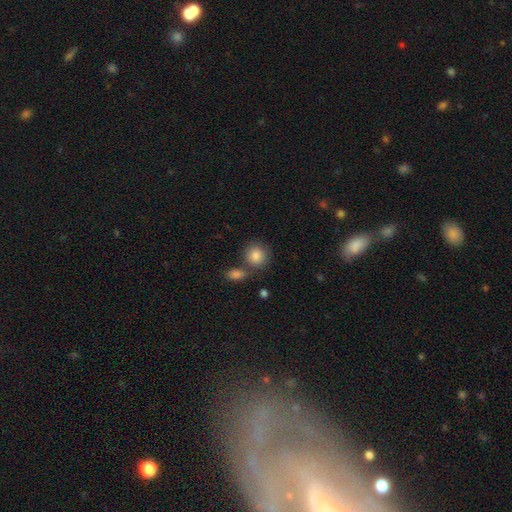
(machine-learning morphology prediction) A smooth galaxy with no disk features (86%) that is round (81%). Merging: none (64%).